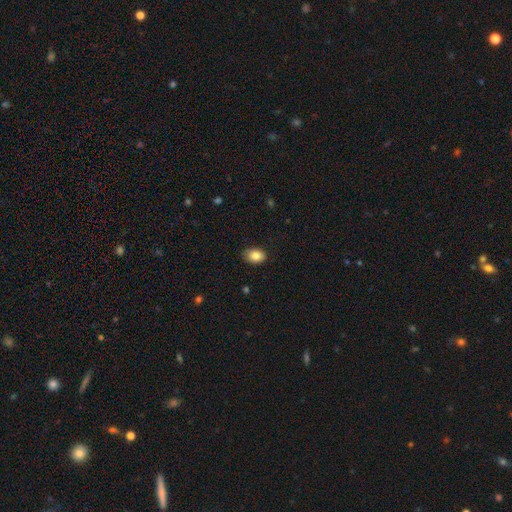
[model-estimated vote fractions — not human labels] This appears to be a smooth galaxy with no disk features (86%) that is in between round and cigar-shaped (82%). Merging: none (83%).